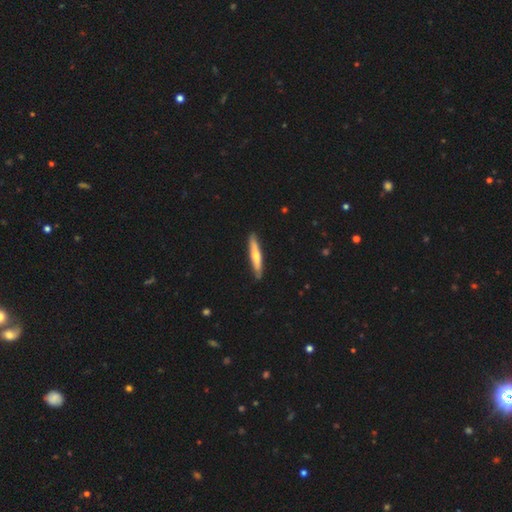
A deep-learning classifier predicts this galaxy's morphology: smooth 50%, featured or disk 45%, star or artifact 5%. Down the decision tree: how rounded — cigar-shaped (92%); merging — none (90%).